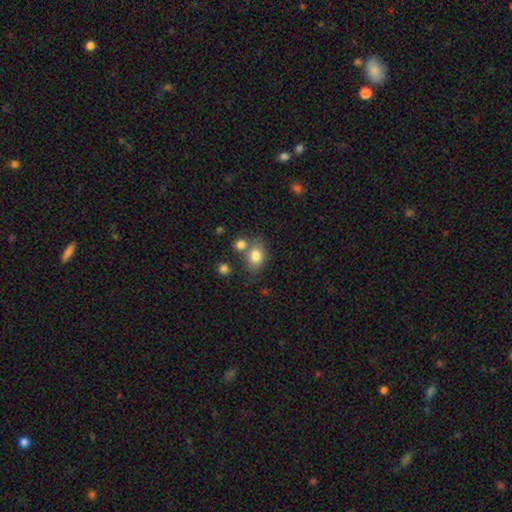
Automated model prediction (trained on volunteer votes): This appears to be a smooth galaxy with no disk features (80%) that is in between round and cigar-shaped (63%). Merging: none (57%).